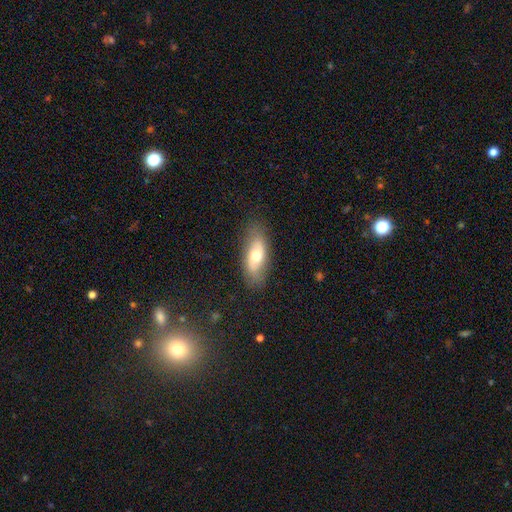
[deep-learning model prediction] Smooth or featured? smooth (54%)
How rounded? in between (78%)
Merging? none (80%)